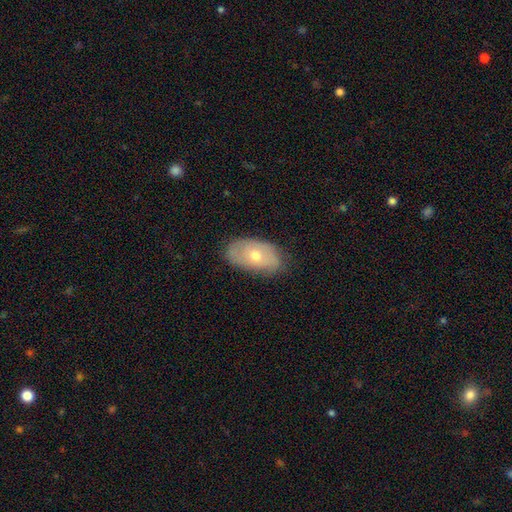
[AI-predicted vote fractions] Overall: smooth (50%; featured or disk 44%). Merging: none (76%).